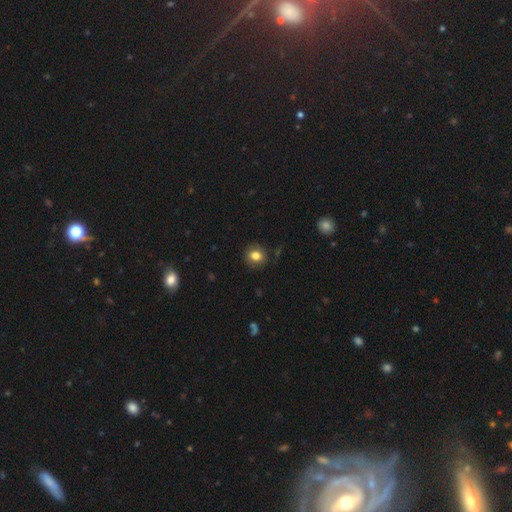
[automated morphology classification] smooth-or-featured: smooth: 81% | star or artifact: 10% | featured or disk: 9%
  how-rounded: round: 74% | in between: 25% | cigar-shaped: 1%
  merging: none: 86% | minor disturbance: 10% | major disturbance: 3% | merger: 1%